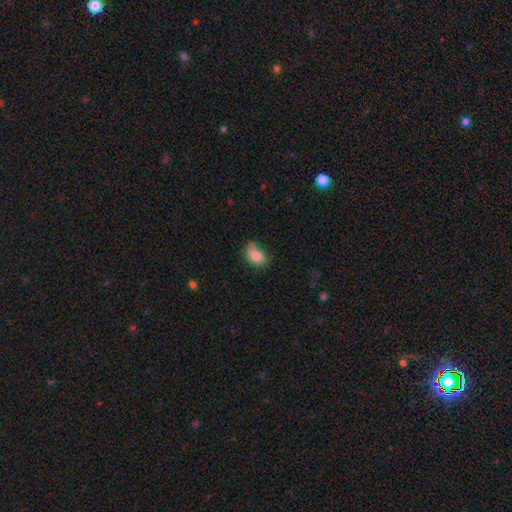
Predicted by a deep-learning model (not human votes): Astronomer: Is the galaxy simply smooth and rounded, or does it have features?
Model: smooth — 83%.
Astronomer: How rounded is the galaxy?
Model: in between — 83%.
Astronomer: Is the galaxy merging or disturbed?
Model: none — 52% (runner-up: minor disturbance, 35%).